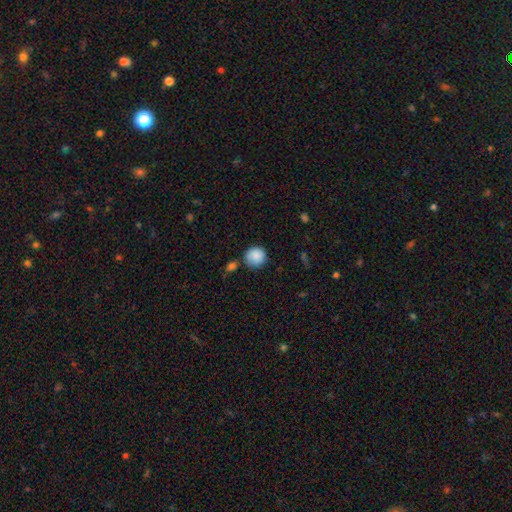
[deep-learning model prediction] Smooth or featured: smooth — 86% (star or artifact — 7%)
How rounded: round — 90% (in between — 9%)
Merging: none — 70% (minor disturbance — 19%)